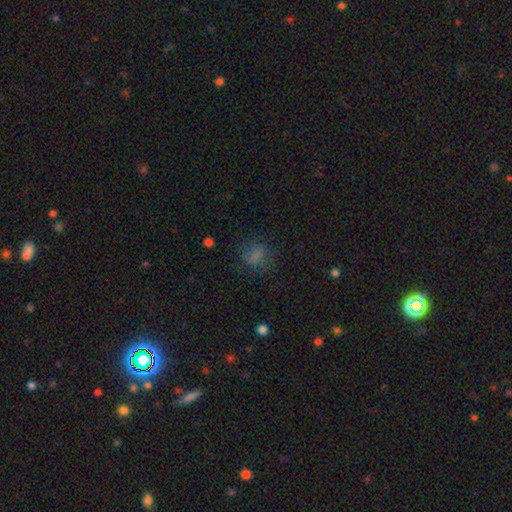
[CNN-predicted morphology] Smooth or featured? smooth (71%)
How rounded? round (60%)
Merging? none (67%)